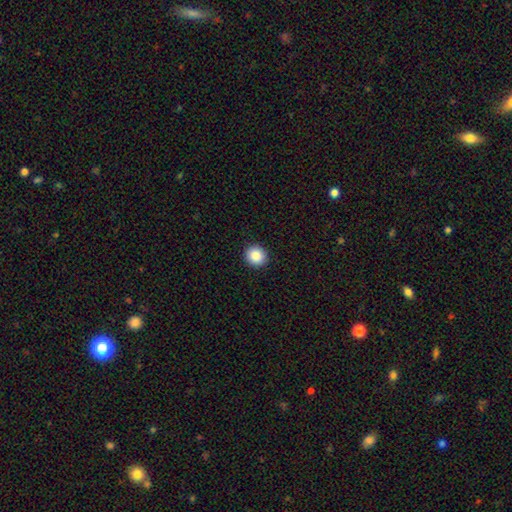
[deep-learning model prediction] Smooth or featured: smooth — 87% (star or artifact — 9%)
How rounded: round — 91% (in between — 8%)
Merging: none — 92% (minor disturbance — 5%)